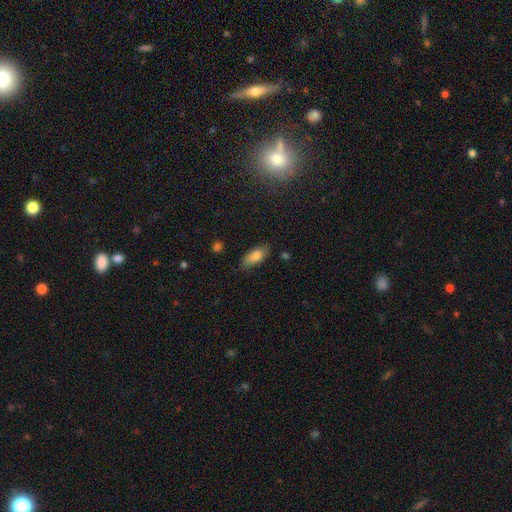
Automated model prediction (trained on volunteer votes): Smooth or featured: smooth — 75% (featured or disk — 17%)
How rounded: in between — 84% (cigar-shaped — 13%)
Merging: none — 76% (minor disturbance — 19%)